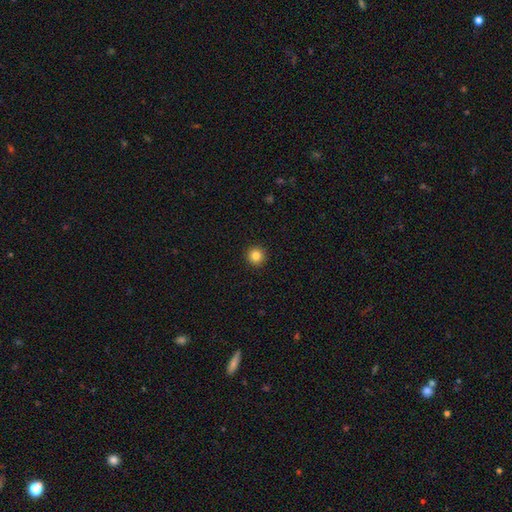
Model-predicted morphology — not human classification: Smooth or featured?
  - smooth: 84% *
  - star or artifact: 11%
  - featured or disk: 5%
How rounded?
  - round: 96% *
  - in between: 3%
  - cigar-shaped: 1%
Merging?
  - none: 93% *
  - minor disturbance: 4%
  - major disturbance: 1%
  - merger: 1%